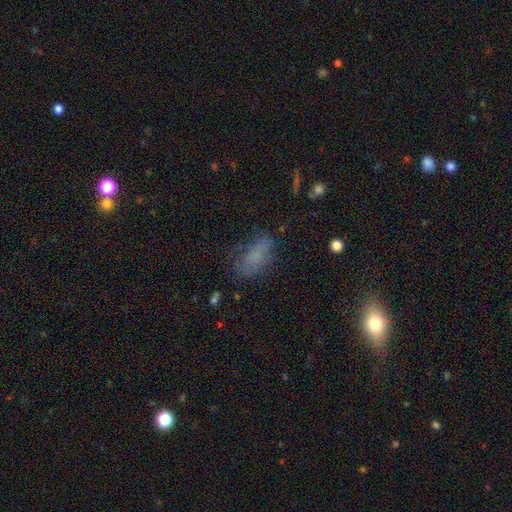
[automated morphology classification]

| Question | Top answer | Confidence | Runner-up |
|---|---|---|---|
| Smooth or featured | smooth | 67% | featured or disk (17%) |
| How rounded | in between | 81% | cigar-shaped (14%) |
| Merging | none | 54% | minor disturbance (26%) |